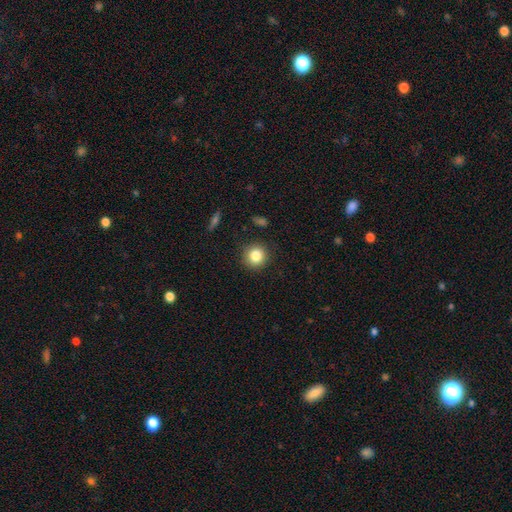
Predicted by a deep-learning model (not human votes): The model was most divided on "smooth or featured": smooth: 83%, star or artifact: 10%, featured or disk: 7%. More confident: how rounded — round (93%); merging — none (89%).